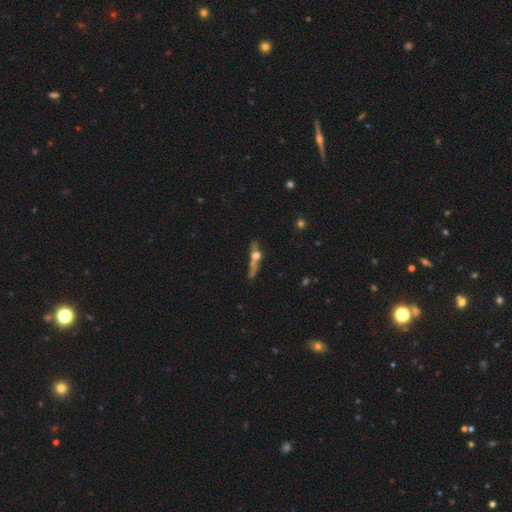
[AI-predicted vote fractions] Smooth or featured: featured or disk — 50% (smooth — 37%)
Edge-on disk: yes — 76% (no — 24%)
Merging: none — 43% (major disturbance — 19%)